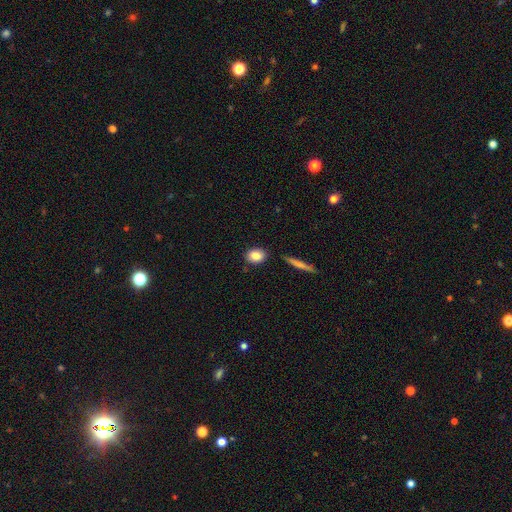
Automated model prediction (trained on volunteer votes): smooth 83%, featured or disk 9%, star or artifact 8%. Down the decision tree: how rounded — in between (66%); merging — none (84%).